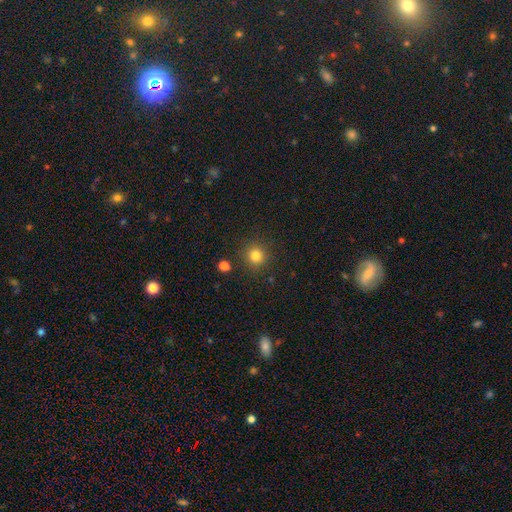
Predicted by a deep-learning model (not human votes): smooth-or-featured: smooth: 81% | star or artifact: 14% | featured or disk: 6%
  how-rounded: round: 93% | in between: 6% | cigar-shaped: 1%
  merging: none: 87% | minor disturbance: 7% | merger: 3% | major disturbance: 3%